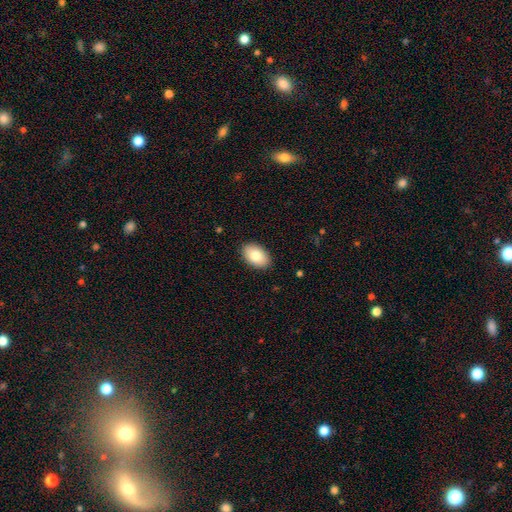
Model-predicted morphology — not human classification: Q: Smooth or featured?
A: smooth (82%); runner-up: featured or disk (12%)
Q: How rounded?
A: in between (90%); runner-up: round (9%)
Q: Merging?
A: none (89%); runner-up: minor disturbance (8%)